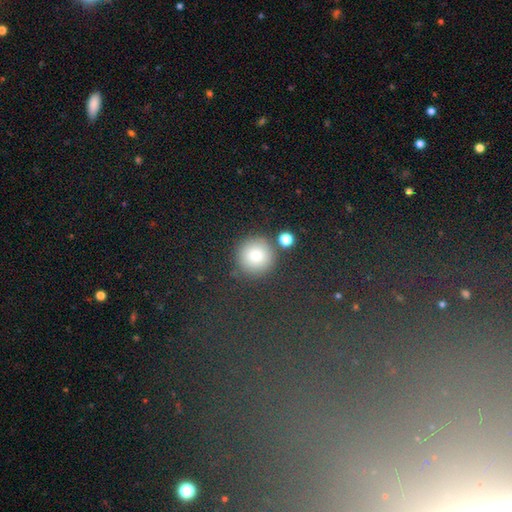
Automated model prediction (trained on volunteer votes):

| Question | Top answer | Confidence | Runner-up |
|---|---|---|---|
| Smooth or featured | smooth | 83% | star or artifact (10%) |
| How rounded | round | 94% | in between (5%) |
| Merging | none | 80% | minor disturbance (9%) |